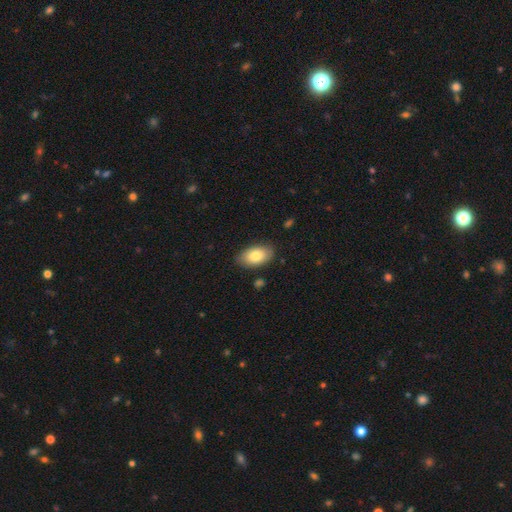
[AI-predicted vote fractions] Q: Smooth or featured?
A: smooth (83%); runner-up: featured or disk (11%)
Q: How rounded?
A: in between (93%); runner-up: round (5%)
Q: Merging?
A: none (84%); runner-up: minor disturbance (12%)